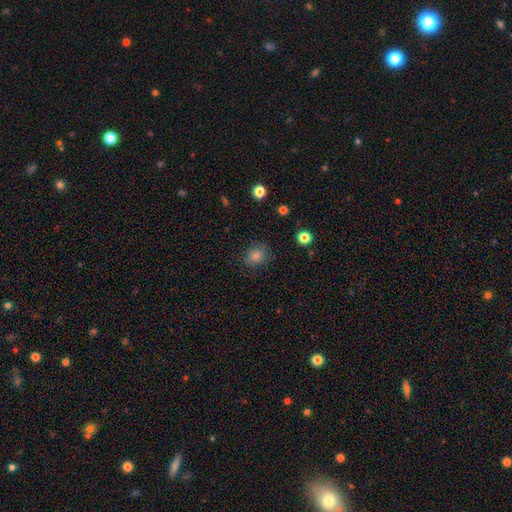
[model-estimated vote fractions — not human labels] Morphology: type=smooth (80%); roundness=round (72%); merging=none (80%).